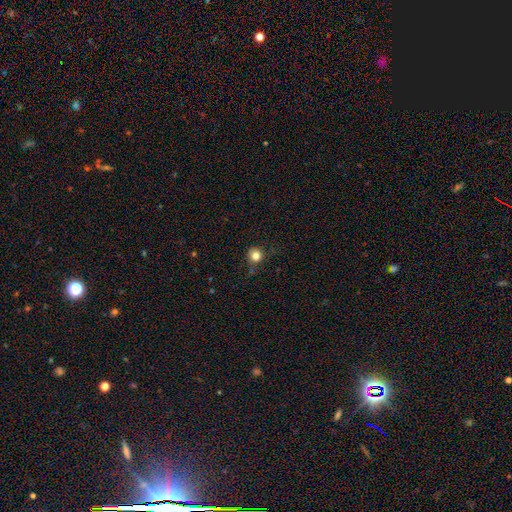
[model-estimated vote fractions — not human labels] Smooth or featured: smooth — 81% (star or artifact — 13%)
How rounded: round — 91% (in between — 8%)
Merging: none — 75% (minor disturbance — 17%)